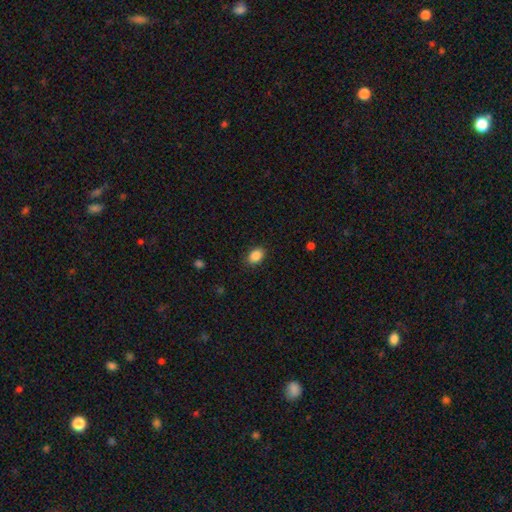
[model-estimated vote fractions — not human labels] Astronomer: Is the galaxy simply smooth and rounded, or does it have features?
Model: smooth — 88%.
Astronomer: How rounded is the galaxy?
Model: in between — 77%.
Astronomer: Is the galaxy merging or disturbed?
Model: none — 87%.